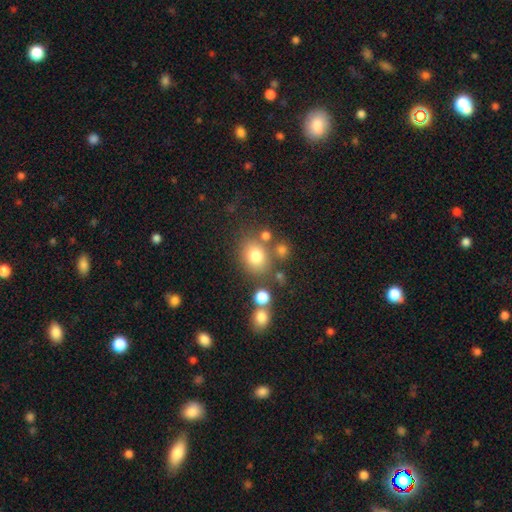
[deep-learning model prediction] smooth-or-featured: smooth: 76% | star or artifact: 14% | featured or disk: 10%
  how-rounded: round: 59% | in between: 40% | cigar-shaped: 1%
  merging: none: 69% | minor disturbance: 14% | merger: 11% | major disturbance: 6%